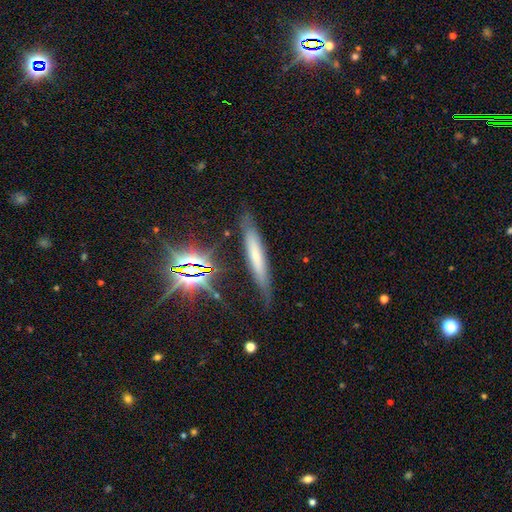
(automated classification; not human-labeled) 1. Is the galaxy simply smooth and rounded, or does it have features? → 43% smooth, 38% featured or disk, 19% star or artifact.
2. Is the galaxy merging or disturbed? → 79% none, 15% minor disturbance, 4% major disturbance, 2% merger.